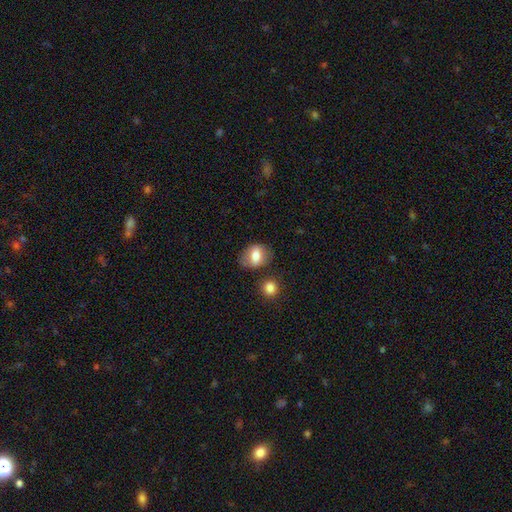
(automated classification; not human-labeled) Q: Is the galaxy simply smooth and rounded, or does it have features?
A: smooth — 72%.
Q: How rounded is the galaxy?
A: in between — 69%.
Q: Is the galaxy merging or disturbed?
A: none — 70%.